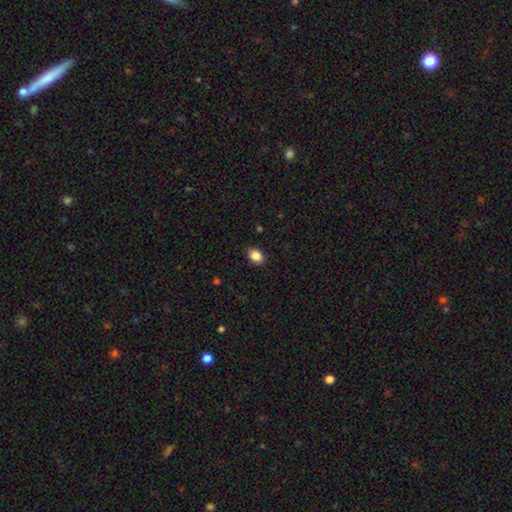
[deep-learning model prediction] smooth 87%, star or artifact 9%, featured or disk 4%. Down the decision tree: how rounded — in between (71%); merging — none (89%).